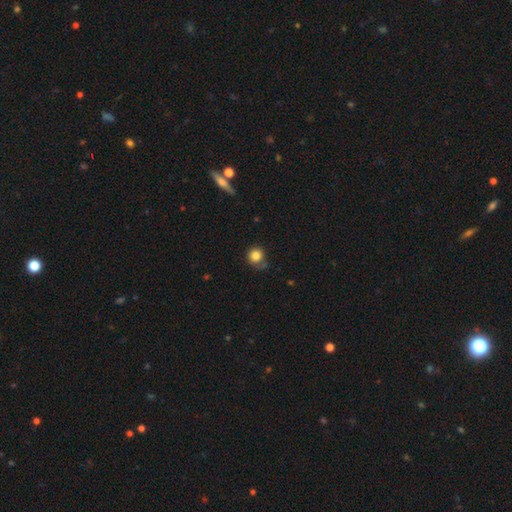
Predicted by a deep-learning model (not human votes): A smooth galaxy with no disk features (82%) that is round (90%). Merging: none (66%).